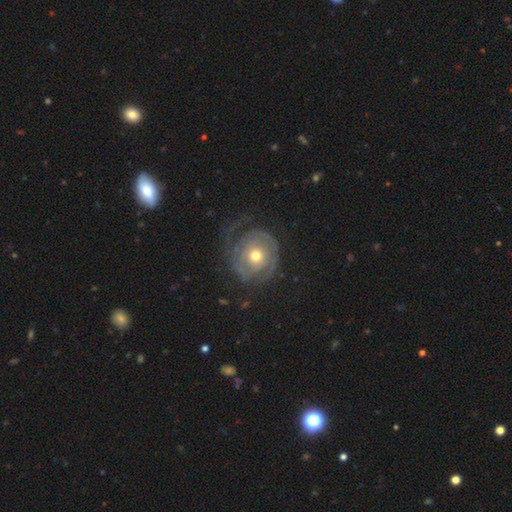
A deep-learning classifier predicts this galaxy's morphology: This is likely a featured or disk galaxy (70%). It is clearly not viewed edge-on (97%). Bar: clearly no (82%). Spiral arm pattern: likely yes (78%). Spiral arm count: marginally 2 (39%). Spiral winding: likely tight (61%). Central bulge: likely moderate (65%). Merging: possibly none (56%).